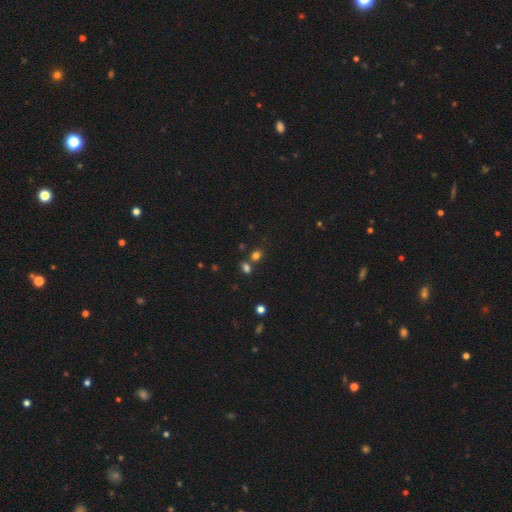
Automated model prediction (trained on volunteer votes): A smooth galaxy with no disk features (73%) that is in between round and cigar-shaped (50%).

Vote fractions:
- Smooth or featured? smooth: 73% / star or artifact: 21% / featured or disk: 6%
- How rounded? in between: 50% / round: 48% / cigar-shaped: 2%
- Merging? none: 63% / merger: 24% / minor disturbance: 10% / major disturbance: 4%